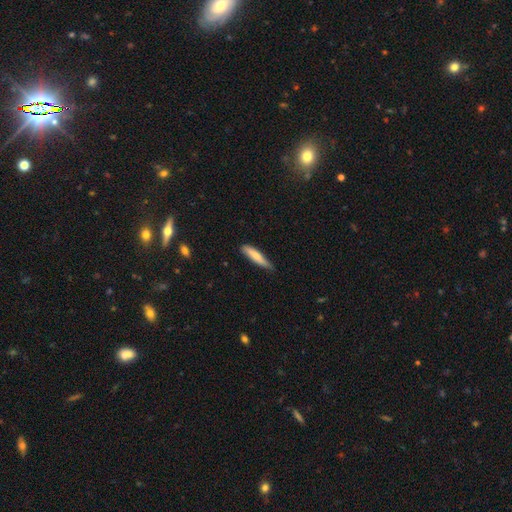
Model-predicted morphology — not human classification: A smooth galaxy with no disk features (71%) that is cigar-shaped (83%).

Vote fractions:
- Smooth or featured? smooth: 71% / featured or disk: 23% / star or artifact: 6%
- How rounded? cigar-shaped: 83% / in between: 16% / round: 1%
- Merging? none: 67% / minor disturbance: 28% / major disturbance: 3% / merger: 2%